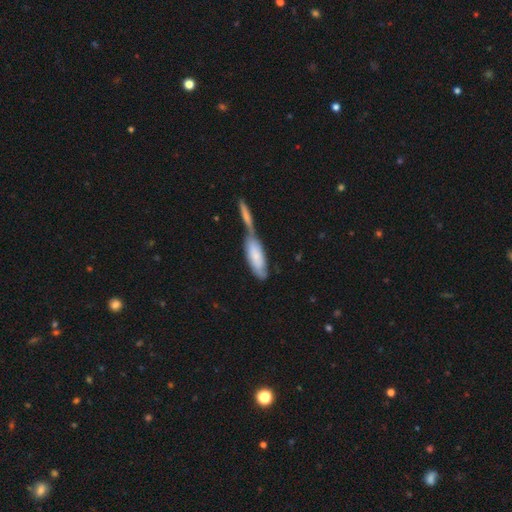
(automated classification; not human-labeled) Overall: smooth (69%). How rounded: in between (57%; cigar-shaped 41%). Merging: merger (60%; none 24%).